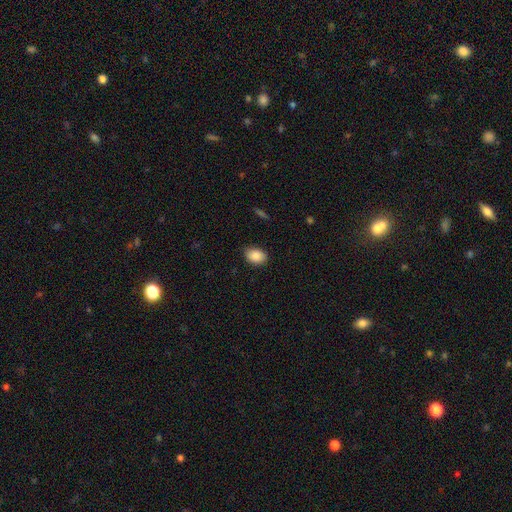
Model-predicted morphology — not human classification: smooth-or-featured: smooth: 88% | star or artifact: 8% | featured or disk: 4%
  how-rounded: in between: 77% | round: 22% | cigar-shaped: 1%
  merging: none: 84% | minor disturbance: 12% | major disturbance: 2% | merger: 1%